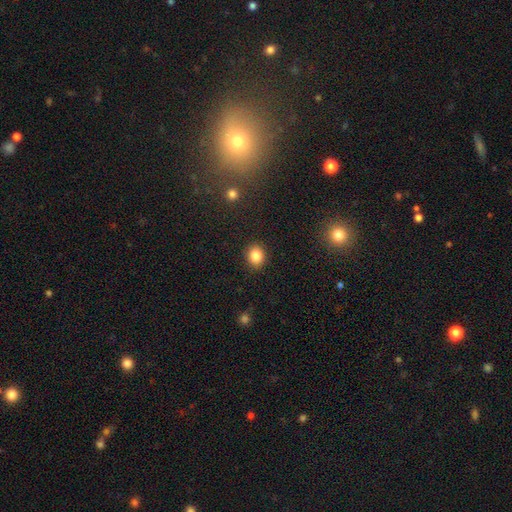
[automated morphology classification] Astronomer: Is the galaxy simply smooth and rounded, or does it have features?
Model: smooth — 85%.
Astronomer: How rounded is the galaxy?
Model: round — 68%.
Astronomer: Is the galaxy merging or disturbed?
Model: none — 89%.